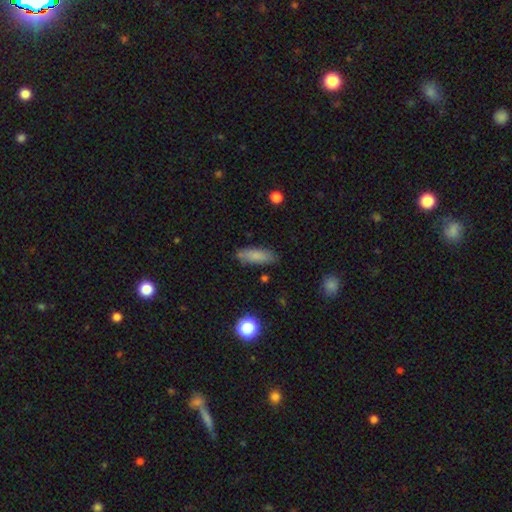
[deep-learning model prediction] This is clearly a smooth galaxy (82%). How rounded: possibly in between (58%). Merging: likely none (80%).